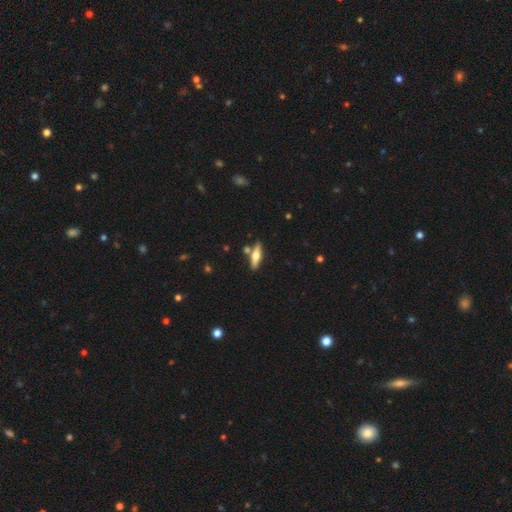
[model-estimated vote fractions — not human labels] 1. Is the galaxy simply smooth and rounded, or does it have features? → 49% featured or disk, 44% smooth, 6% star or artifact.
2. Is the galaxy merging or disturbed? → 79% none, 10% minor disturbance, 9% merger, 2% major disturbance.